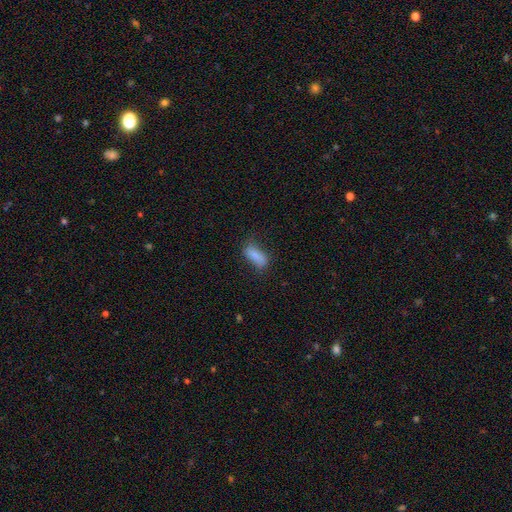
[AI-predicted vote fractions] A smooth galaxy with no disk features (81%) that is in between round and cigar-shaped (74%).

Vote fractions:
- Smooth or featured? smooth: 81% / featured or disk: 10% / star or artifact: 8%
- How rounded? in between: 74% / cigar-shaped: 23% / round: 3%
- Merging? none: 57% / minor disturbance: 29% / major disturbance: 12% / merger: 3%